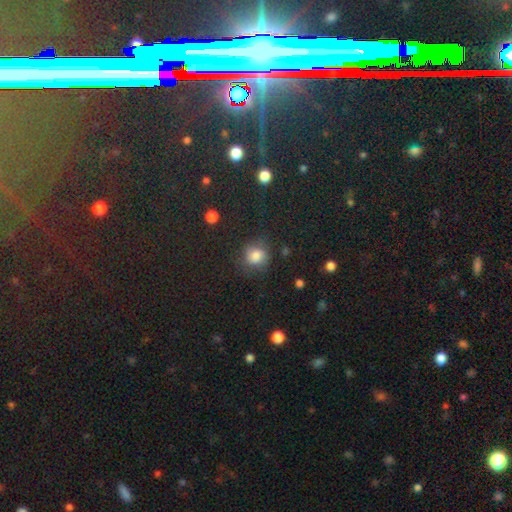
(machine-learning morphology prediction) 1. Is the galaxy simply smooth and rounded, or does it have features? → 77% smooth, 15% star or artifact, 9% featured or disk.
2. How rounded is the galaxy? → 78% round, 21% in between, 1% cigar-shaped.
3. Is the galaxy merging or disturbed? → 73% none, 17% minor disturbance, 8% major disturbance, 3% merger.